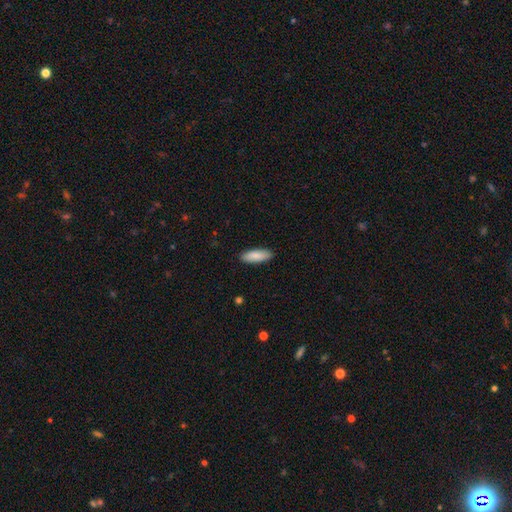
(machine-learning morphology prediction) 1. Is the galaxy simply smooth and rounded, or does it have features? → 87% smooth, 7% featured or disk, 6% star or artifact.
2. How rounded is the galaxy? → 62% in between, 36% cigar-shaped, 2% round.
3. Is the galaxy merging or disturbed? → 90% none, 8% minor disturbance, 2% major disturbance, 1% merger.